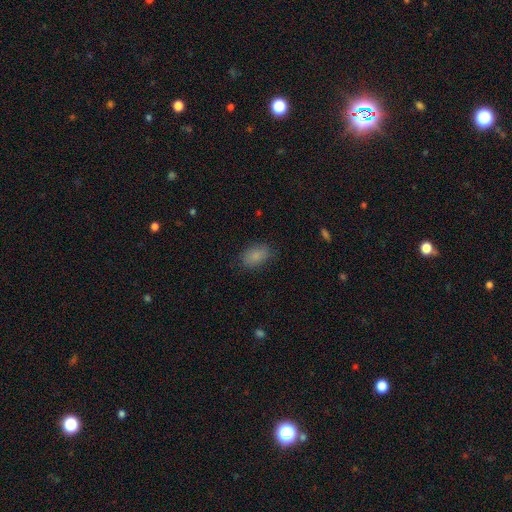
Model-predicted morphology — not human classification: smooth 86%, star or artifact 8%, featured or disk 6%. Down the decision tree: how rounded — in between (89%); merging — none (82%).